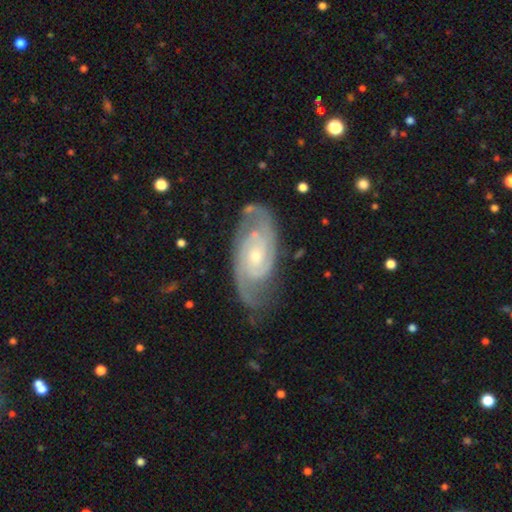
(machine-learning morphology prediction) Smooth or featured?
  - featured or disk: 89% *
  - smooth: 6%
  - star or artifact: 5%
Edge-on disk?
  - no: 95% *
  - yes: 5%
Bar?
  - no: 65% *
  - weak: 29%
  - strong: 6%
Spiral arms?
  - yes: 97% *
  - no: 3%
Spiral winding?
  - tight: 57% *
  - medium: 36%
  - loose: 7%
Spiral arm count?
  - 2: 72% *
  - can't tell: 11%
  - 3: 10%
  - 4: 3%
  - 1: 2%
  - more than 4: 2%
Bulge size?
  - small: 65% *
  - moderate: 31%
  - none: 1%
  - large: 1%
  - dominant: 1%
Merging?
  - none: 75% *
  - minor disturbance: 18%
  - major disturbance: 6%
  - merger: 1%